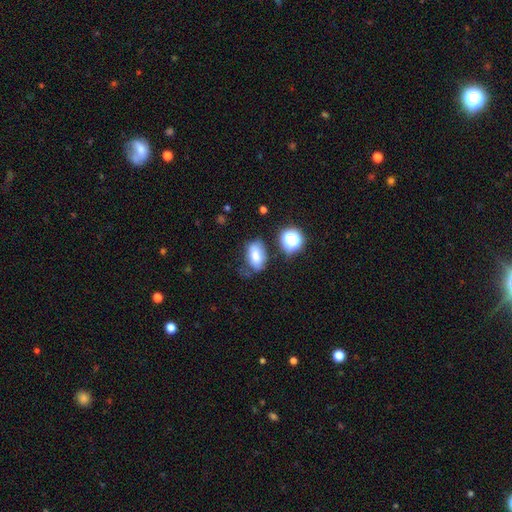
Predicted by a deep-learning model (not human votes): Smooth or featured?
  - smooth: 72% *
  - featured or disk: 16%
  - star or artifact: 12%
How rounded?
  - in between: 85% *
  - round: 12%
  - cigar-shaped: 3%
Merging?
  - none: 55% *
  - minor disturbance: 28%
  - major disturbance: 11%
  - merger: 7%